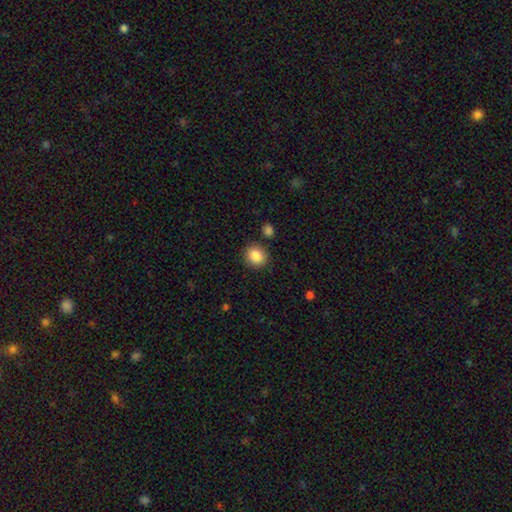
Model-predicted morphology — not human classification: Overall: smooth (86%). How rounded: round (77%). Merging: none (86%).